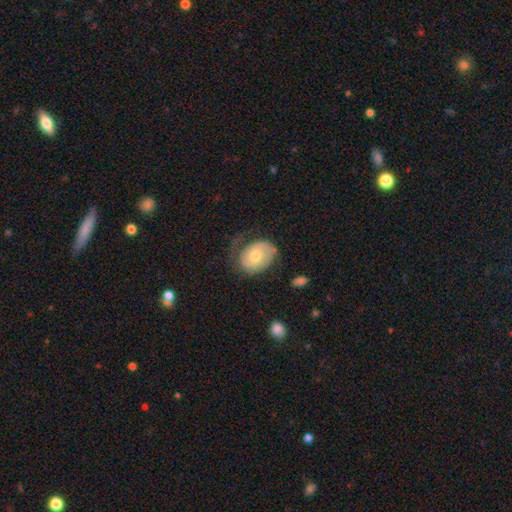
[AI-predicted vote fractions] Morphology: type=featured or disk (60%); edge-on=no (96%); bar=no (72%); spiral arms=yes (81%); bulge=moderate (63%); merging=none (52%).